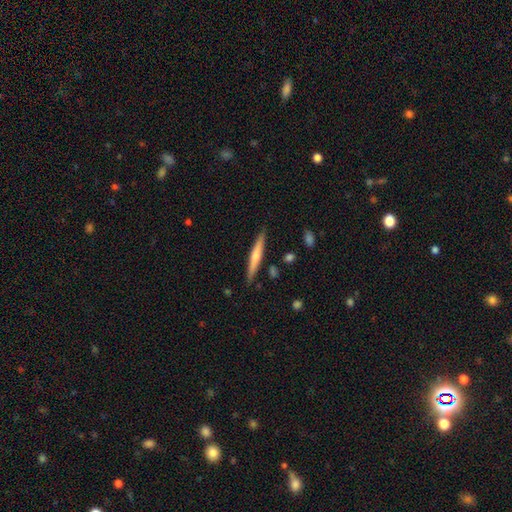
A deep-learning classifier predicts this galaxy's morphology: This is possibly a smooth galaxy (50%). Merging: clearly none (87%).